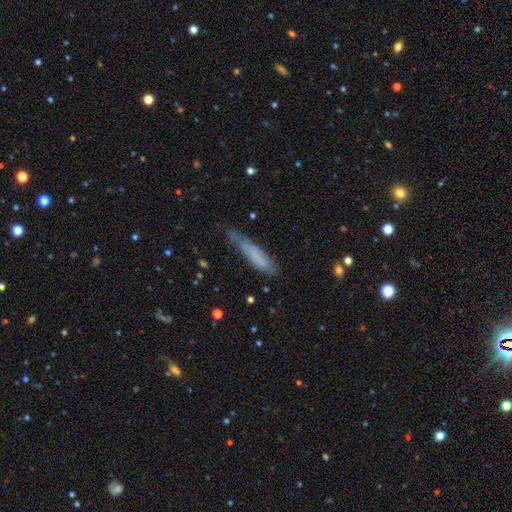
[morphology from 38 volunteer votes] Volunteers were most divided on "smooth or featured" (2-way tie): smooth: 47%, featured or disk: 47%, star or artifact: 5%. More confident: how rounded — cigar-shaped (89%); merging — none (64%).